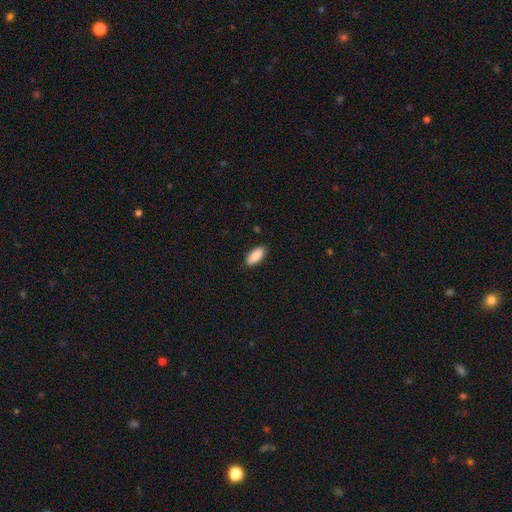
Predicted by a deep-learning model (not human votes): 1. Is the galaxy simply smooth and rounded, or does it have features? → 90% smooth, 6% star or artifact, 5% featured or disk.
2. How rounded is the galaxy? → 85% in between, 14% cigar-shaped, 2% round.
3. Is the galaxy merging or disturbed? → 87% none, 10% minor disturbance, 2% major disturbance, 1% merger.